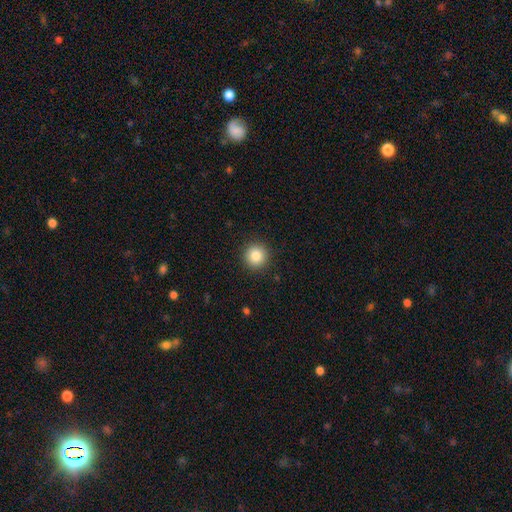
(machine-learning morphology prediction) This appears to be a smooth galaxy with no disk features (85%) that is round (95%). Merging: none (92%).